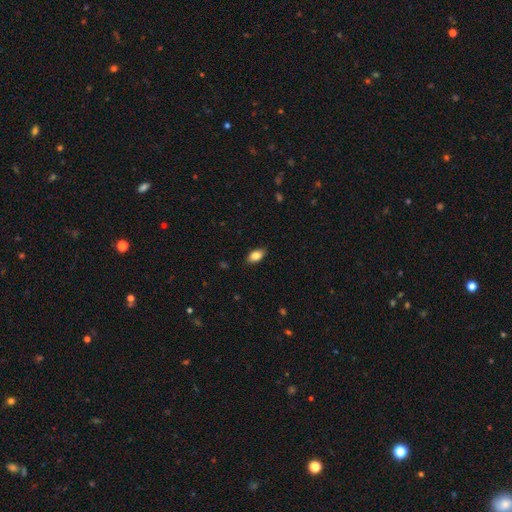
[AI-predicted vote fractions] Smooth or featured? smooth (84%)
How rounded? in between (90%)
Merging? none (86%)